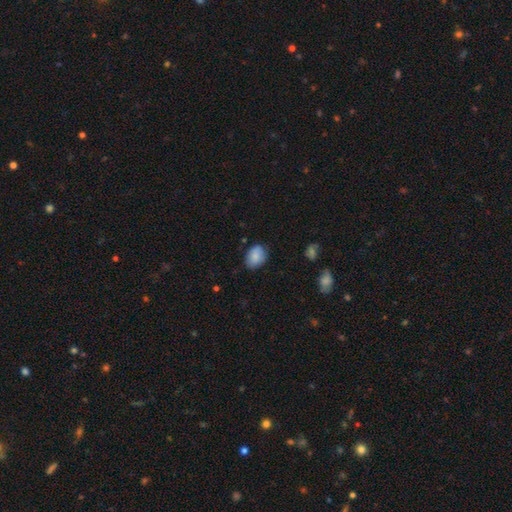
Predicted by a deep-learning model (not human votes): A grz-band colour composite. It shows a smooth galaxy with no disk features (86%) that is in between round and cigar-shaped (68%). Merging: none (77%).